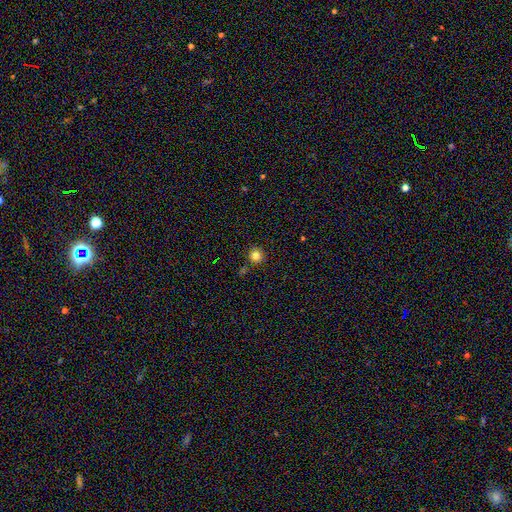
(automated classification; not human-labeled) A smooth galaxy with no disk features (81%) that is round (94%).

Vote fractions:
- Smooth or featured? smooth: 81% / star or artifact: 14% / featured or disk: 5%
- How rounded? round: 94% / in between: 5% / cigar-shaped: 1%
- Merging? none: 88% / minor disturbance: 7% / merger: 3% / major disturbance: 2%